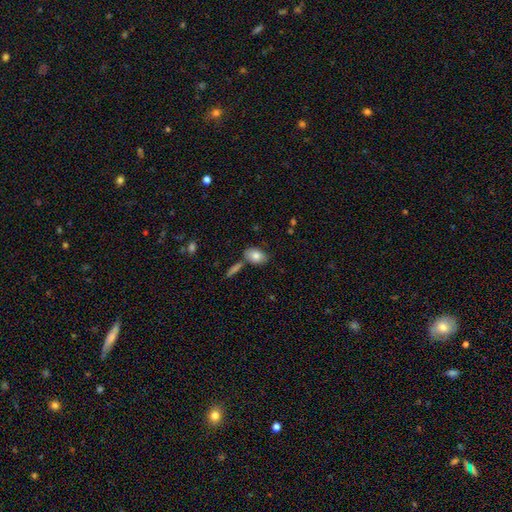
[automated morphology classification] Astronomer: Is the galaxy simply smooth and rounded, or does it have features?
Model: smooth — 81%.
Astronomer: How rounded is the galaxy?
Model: in between — 89%.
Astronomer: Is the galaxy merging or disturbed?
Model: none — 66%.